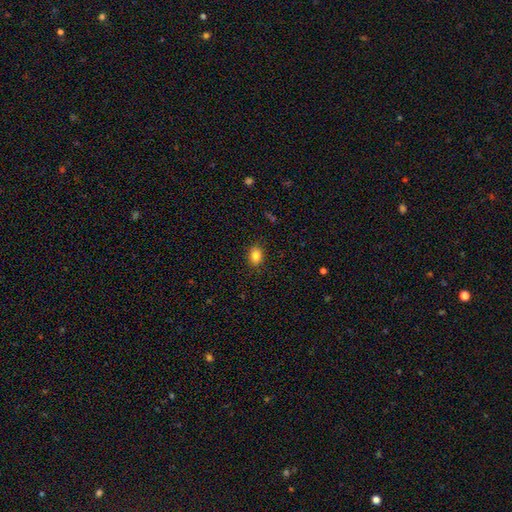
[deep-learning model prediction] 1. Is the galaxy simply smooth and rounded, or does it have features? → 84% smooth, 10% star or artifact, 6% featured or disk.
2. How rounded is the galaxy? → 72% in between, 27% round, 1% cigar-shaped.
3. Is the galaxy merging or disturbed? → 87% none, 10% minor disturbance, 2% major disturbance, 1% merger.